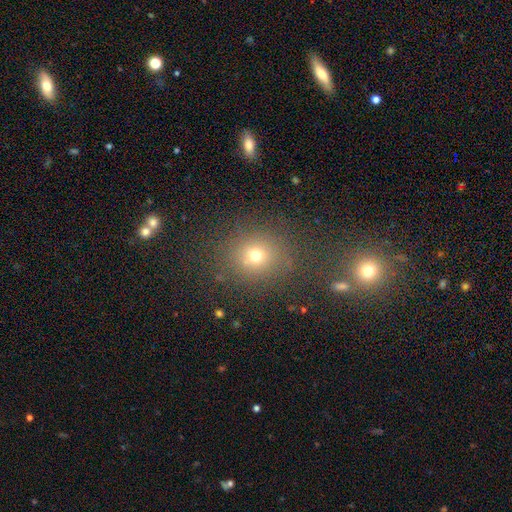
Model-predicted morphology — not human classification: smooth-or-featured: smooth: 70% | star or artifact: 21% | featured or disk: 10%
  how-rounded: round: 82% | in between: 17% | cigar-shaped: 1%
  merging: none: 78% | minor disturbance: 11% | major disturbance: 6% | merger: 5%